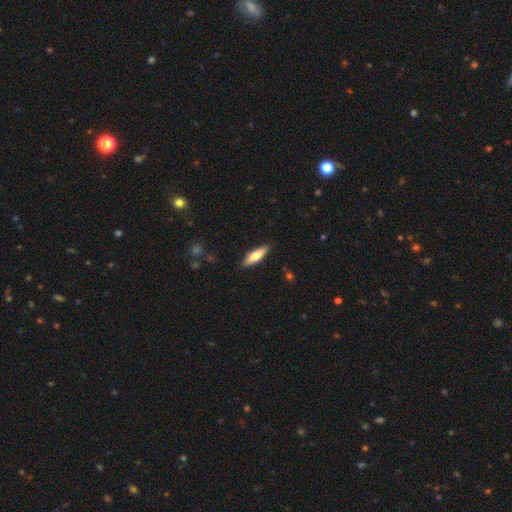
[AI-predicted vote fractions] Morphology: type=smooth (67%); roundness=cigar-shaped (63%); merging=none (87%).